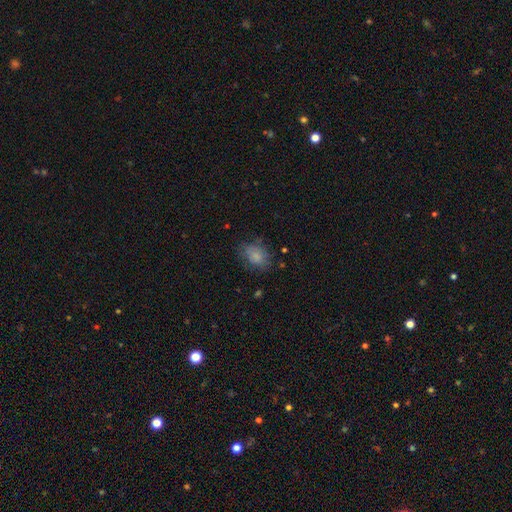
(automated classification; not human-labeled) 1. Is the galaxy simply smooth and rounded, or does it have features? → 77% smooth, 14% featured or disk, 10% star or artifact.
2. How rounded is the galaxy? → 75% in between, 24% round, 1% cigar-shaped.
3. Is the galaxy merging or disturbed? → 62% none, 24% minor disturbance, 11% major disturbance, 2% merger.